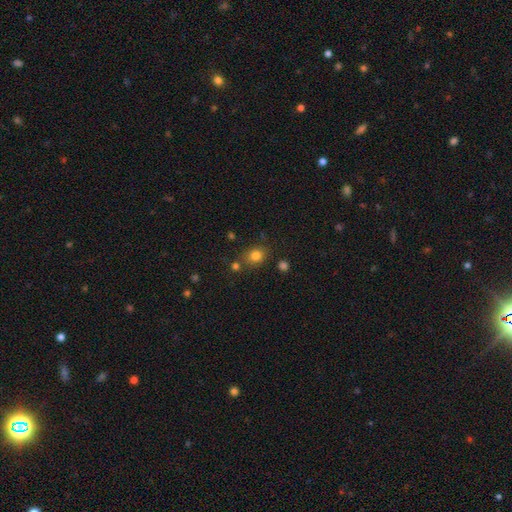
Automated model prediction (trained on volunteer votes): Smooth or featured?
  - smooth: 80% *
  - star or artifact: 13%
  - featured or disk: 7%
How rounded?
  - round: 68% *
  - in between: 31%
  - cigar-shaped: 1%
Merging?
  - none: 73% *
  - minor disturbance: 12%
  - merger: 11%
  - major disturbance: 4%